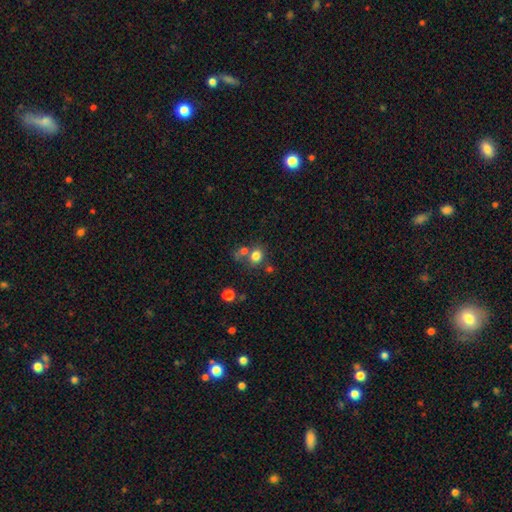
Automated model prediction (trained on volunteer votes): smooth-or-featured: smooth: 79% | star or artifact: 13% | featured or disk: 8%
  how-rounded: round: 69% | in between: 30% | cigar-shaped: 1%
  merging: none: 59% | merger: 25% | minor disturbance: 11% | major disturbance: 5%